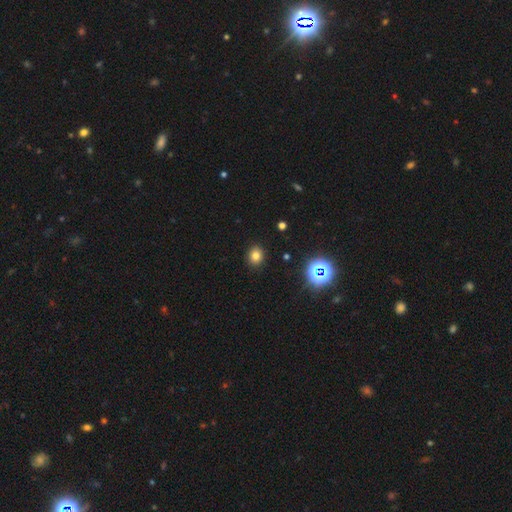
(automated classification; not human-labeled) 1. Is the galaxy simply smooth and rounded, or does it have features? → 77% smooth, 17% star or artifact, 6% featured or disk.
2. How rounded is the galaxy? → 67% round, 32% in between, 1% cigar-shaped.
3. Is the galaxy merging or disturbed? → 90% none, 7% minor disturbance, 2% major disturbance, 1% merger.